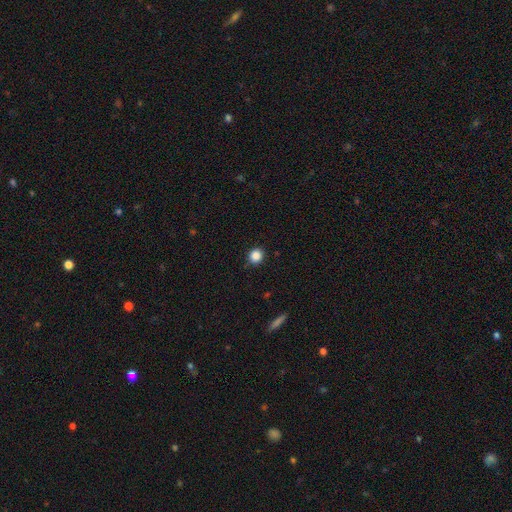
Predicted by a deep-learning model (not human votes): Morphology: type=smooth (86%); roundness=round (89%); merging=none (89%).